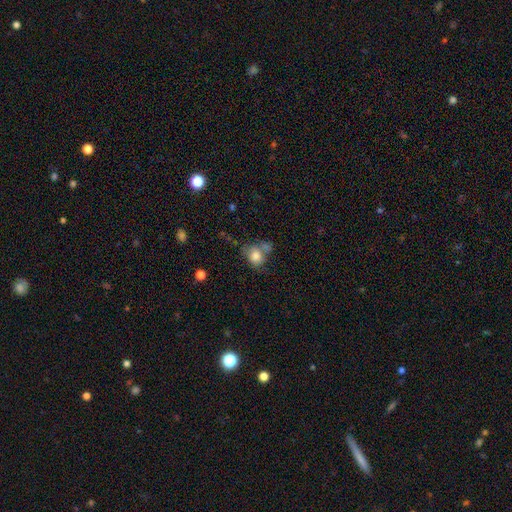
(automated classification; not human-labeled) Smooth or featured?
  - smooth: 79% *
  - featured or disk: 12%
  - star or artifact: 9%
How rounded?
  - round: 62% *
  - in between: 37%
  - cigar-shaped: 1%
Merging?
  - none: 38% *
  - merger: 30%
  - minor disturbance: 20%
  - major disturbance: 12%